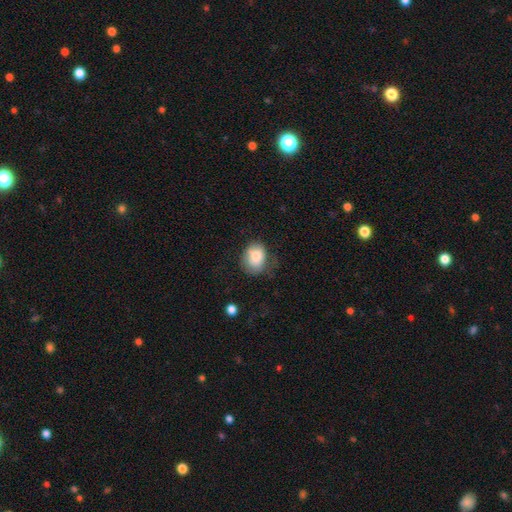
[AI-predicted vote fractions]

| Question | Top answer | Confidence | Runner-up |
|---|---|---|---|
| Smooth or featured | smooth | 79% | featured or disk (13%) |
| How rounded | in between | 62% | round (37%) |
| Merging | none | 52% | minor disturbance (32%) |